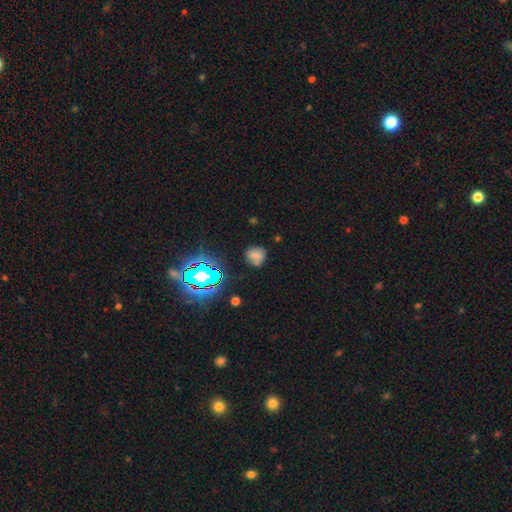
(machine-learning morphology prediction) Smooth or featured? Predicted: smooth (p=0.70). How rounded? Predicted: round (p=0.78). Merging? Predicted: none (p=0.75).